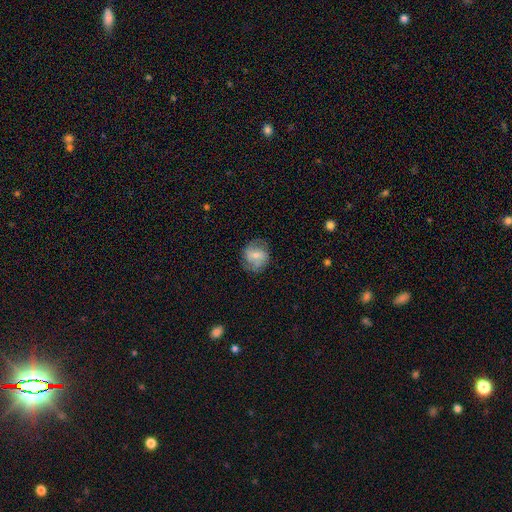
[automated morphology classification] Overall: smooth (50%; featured or disk 42%). Merging: none (72%).